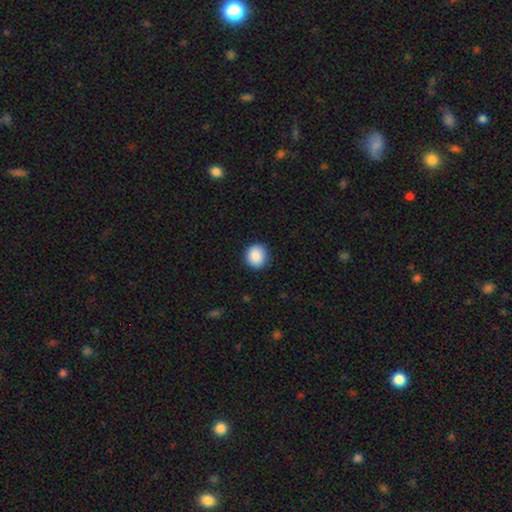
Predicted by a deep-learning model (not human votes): smooth_or_featured: smooth (p=0.89) [alt: star or artifact p=0.08]
how_rounded: round (p=0.88) [alt: in between p=0.11]
merging: none (p=0.89) [alt: minor disturbance p=0.08]